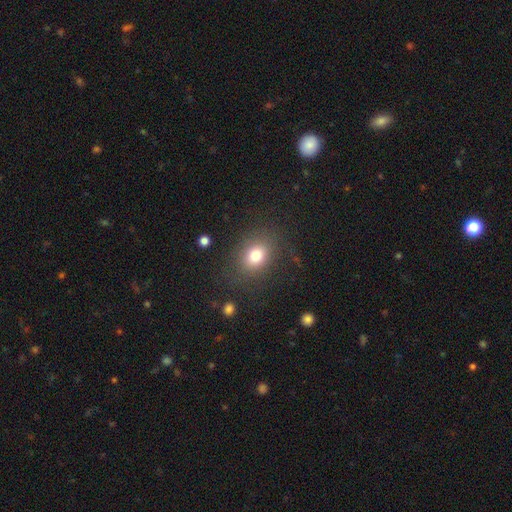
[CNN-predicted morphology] This appears to be a smooth galaxy with no disk features (78%) that is in between round and cigar-shaped (54%). Merging: none (81%).